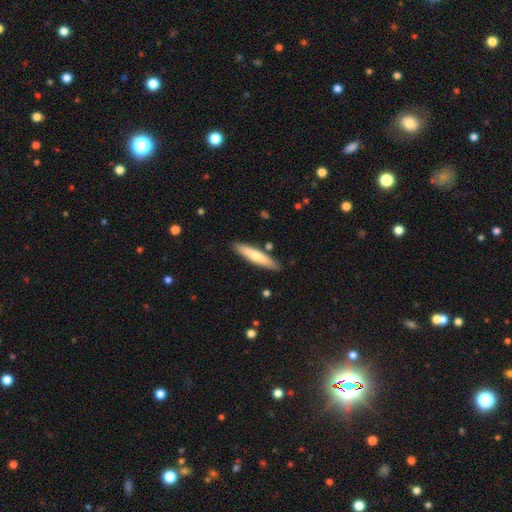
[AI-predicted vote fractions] Smooth or featured?
  - smooth: 62% *
  - featured or disk: 33%
  - star or artifact: 5%
How rounded?
  - cigar-shaped: 86% *
  - in between: 12%
  - round: 1%
Merging?
  - none: 86% *
  - minor disturbance: 9%
  - merger: 3%
  - major disturbance: 2%